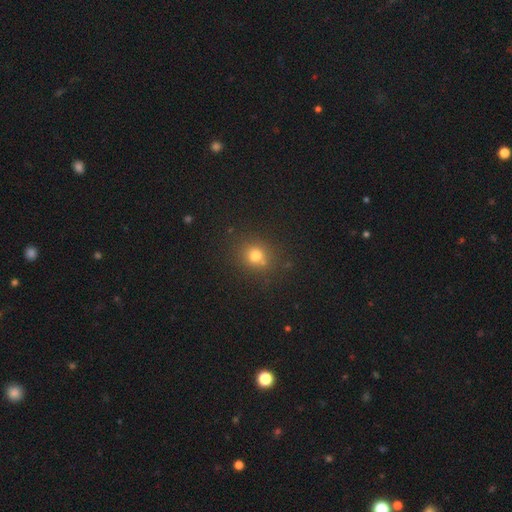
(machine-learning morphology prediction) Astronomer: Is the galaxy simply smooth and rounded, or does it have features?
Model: smooth — 74%.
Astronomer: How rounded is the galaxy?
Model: round — 77%.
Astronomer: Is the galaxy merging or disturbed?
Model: none — 72%.